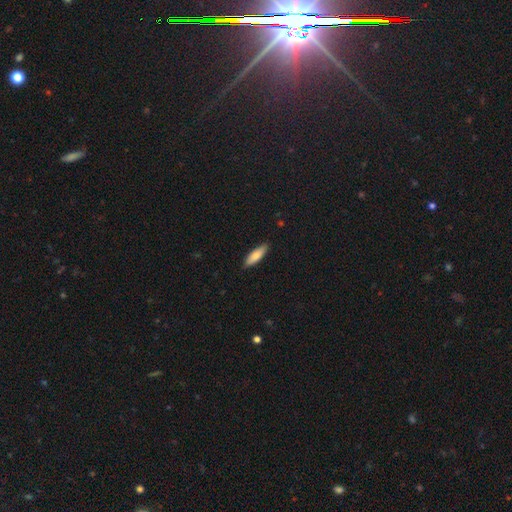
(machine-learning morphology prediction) Smooth or featured? Predicted: smooth (p=0.79). How rounded? Predicted: cigar-shaped (p=0.52). Merging? Predicted: none (p=0.88).